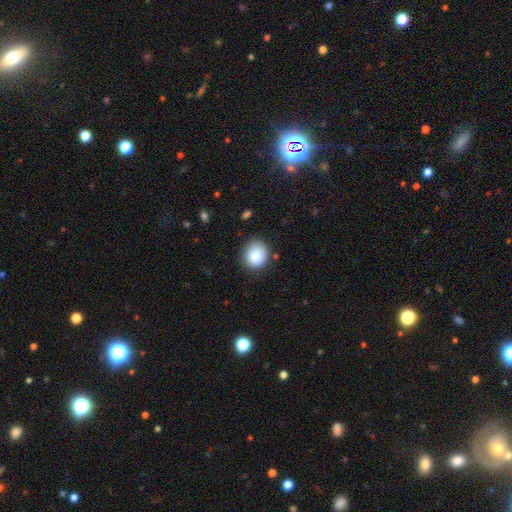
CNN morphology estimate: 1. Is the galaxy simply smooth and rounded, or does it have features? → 87% smooth, 8% star or artifact, 5% featured or disk.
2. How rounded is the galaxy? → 69% round, 30% in between, 1% cigar-shaped.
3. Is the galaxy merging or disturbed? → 80% none, 15% minor disturbance, 3% major disturbance, 2% merger.